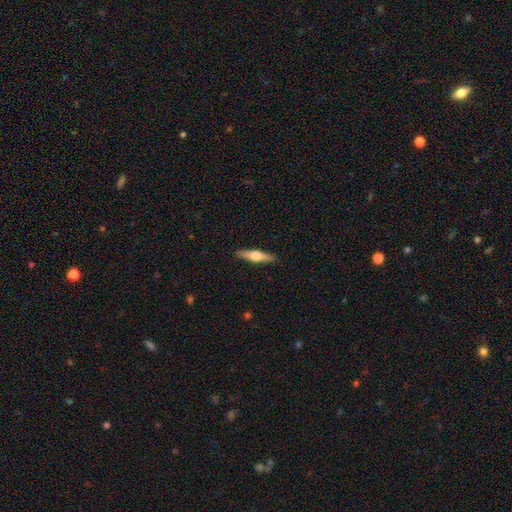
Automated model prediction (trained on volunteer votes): Smooth or featured? featured or disk (58%)
Edge-on disk? yes (96%)
Edge-on bulge? rounded (94%)
Merging? none (91%)